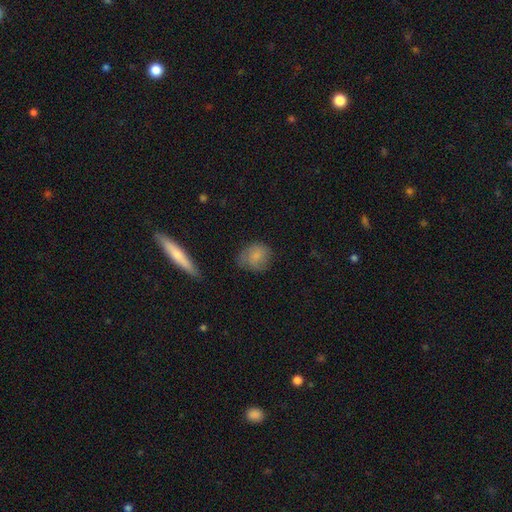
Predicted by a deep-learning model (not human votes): smooth-or-featured: smooth: 77% | featured or disk: 15% | star or artifact: 8%
  how-rounded: round: 62% | in between: 36% | cigar-shaped: 2%
  merging: none: 64% | minor disturbance: 26% | major disturbance: 8% | merger: 2%